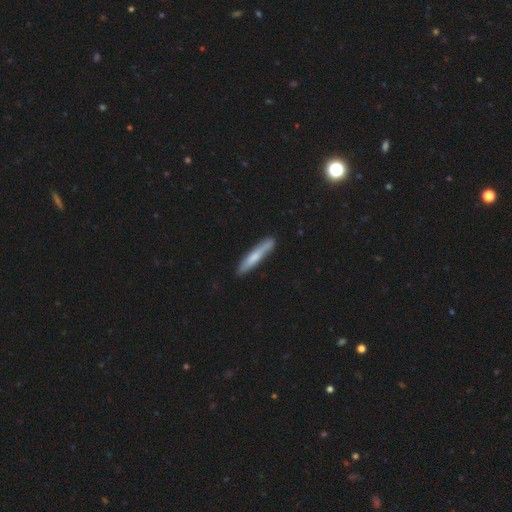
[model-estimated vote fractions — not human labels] Q: Smooth or featured?
A: smooth (60%); runner-up: featured or disk (33%)
Q: How rounded?
A: cigar-shaped (93%); runner-up: in between (6%)
Q: Merging?
A: none (82%); runner-up: minor disturbance (13%)